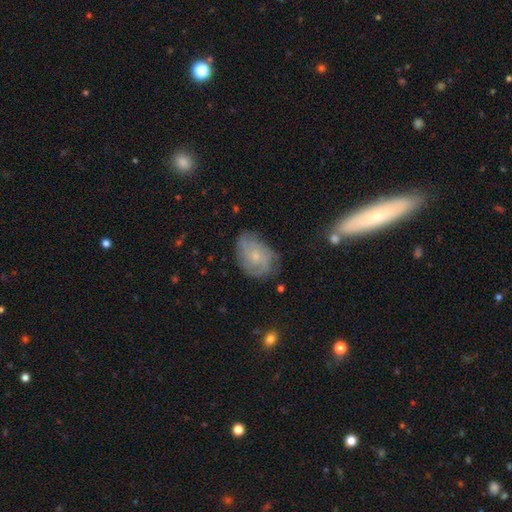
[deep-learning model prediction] Overall: featured or disk (64%; smooth 27%). Edge-on disk: no (97%). Bar: no (78%). Spiral arms: yes (87%). Spiral arm count: can't tell (39%; 3 23%). Spiral winding: tight (48%; medium 37%). Bulge size: small (68%). Merging: none (65%).